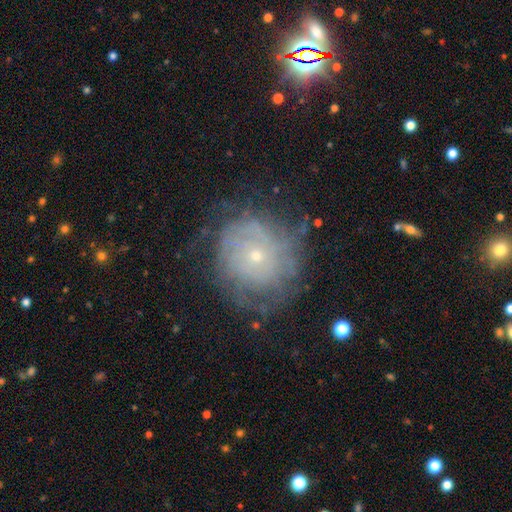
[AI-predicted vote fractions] Morphology: type=featured or disk (64%); edge-on=no (96%); bar=no (87%); spiral arms=yes (74%); bulge=small (78%); merging=none (66%).